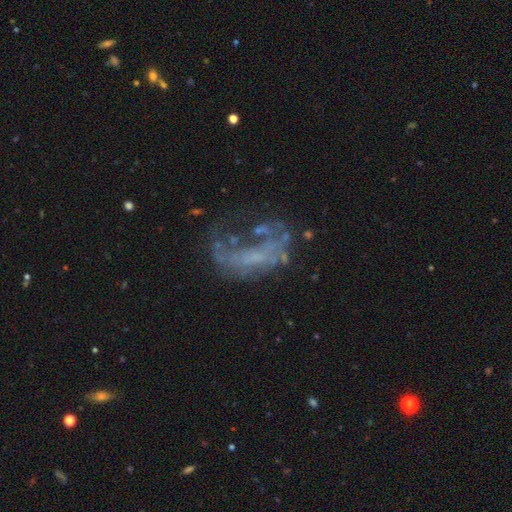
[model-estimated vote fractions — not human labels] Q: Smooth or featured?
A: featured or disk (59%); runner-up: star or artifact (21%)
Q: Edge-on disk?
A: no (97%); runner-up: yes (3%)
Q: Bar?
A: no (83%); runner-up: weak (13%)
Q: Spiral arms?
A: no (76%); runner-up: yes (24%)
Q: Bulge size?
A: none (71%); runner-up: small (19%)
Q: Merging?
A: major disturbance (47%); runner-up: none (30%)